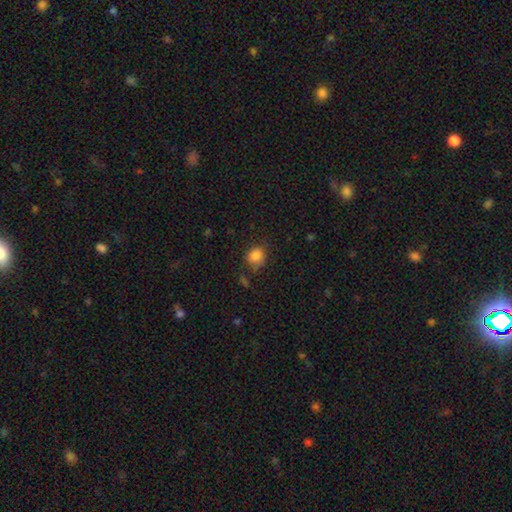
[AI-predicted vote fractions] A smooth galaxy with no disk features (84%) that is round (66%).

Vote fractions:
- Smooth or featured? smooth: 84% / star or artifact: 10% / featured or disk: 5%
- How rounded? round: 66% / in between: 33% / cigar-shaped: 1%
- Merging? none: 63% / minor disturbance: 25% / major disturbance: 8% / merger: 4%